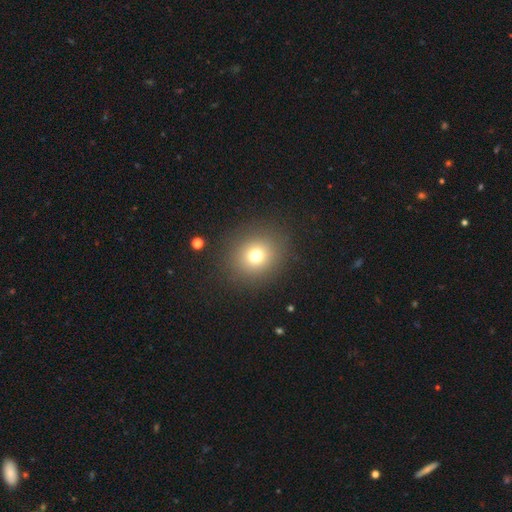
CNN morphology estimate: Q: Smooth or featured?
A: smooth (73%); runner-up: star or artifact (17%)
Q: How rounded?
A: round (86%); runner-up: in between (13%)
Q: Merging?
A: none (88%); runner-up: minor disturbance (6%)